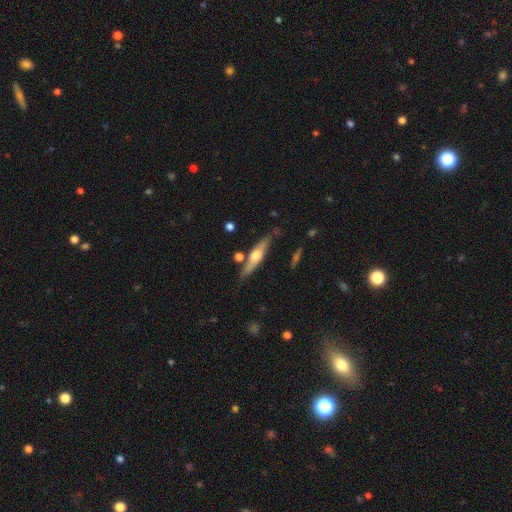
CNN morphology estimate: Smooth or featured? featured or disk (63%)
Edge-on disk? yes (94%)
Edge-on bulge? rounded (93%)
Merging? none (79%)